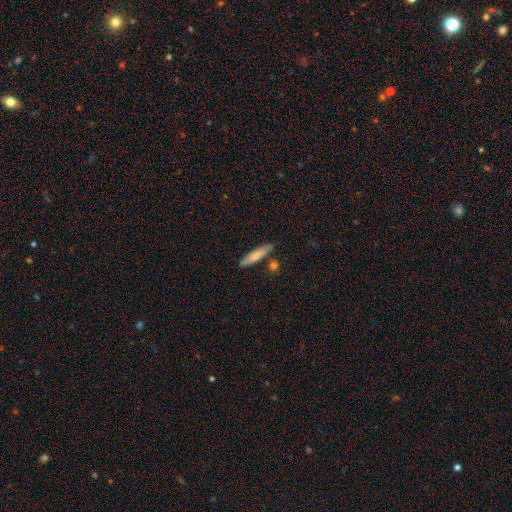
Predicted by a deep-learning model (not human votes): Smooth or featured? smooth (72%)
How rounded? cigar-shaped (82%)
Merging? none (78%)